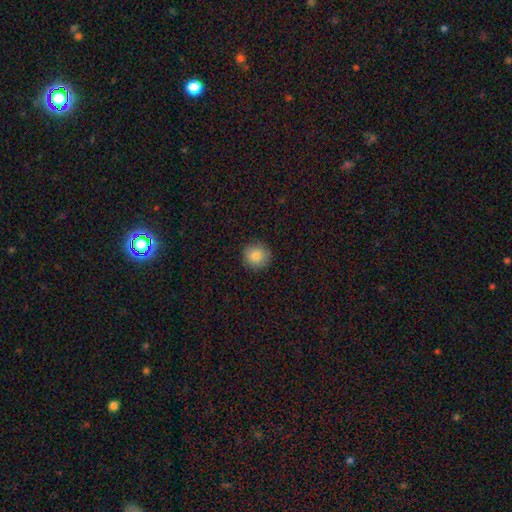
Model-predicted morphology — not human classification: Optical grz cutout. It shows a smooth galaxy with no disk features (83%) that is round (94%). Merging: none (91%).